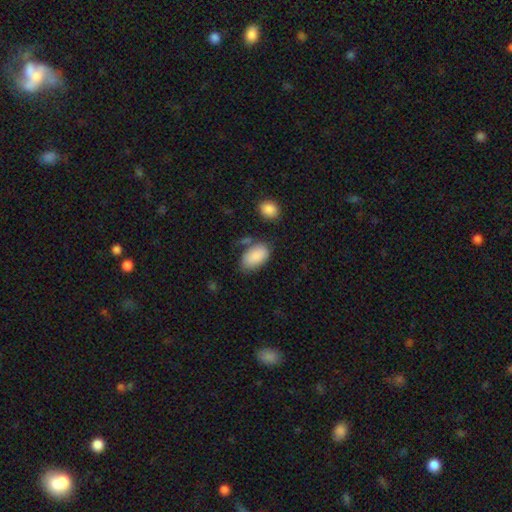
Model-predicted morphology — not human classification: Smooth or featured? Predicted: smooth (p=0.88). How rounded? Predicted: in between (p=0.94). Merging? Predicted: none (p=0.64).